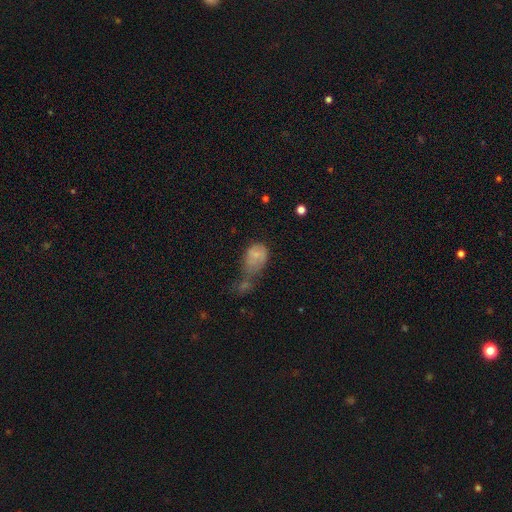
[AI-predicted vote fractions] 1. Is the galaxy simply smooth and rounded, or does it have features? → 67% smooth, 24% featured or disk, 10% star or artifact.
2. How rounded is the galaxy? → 77% in between, 21% round, 2% cigar-shaped.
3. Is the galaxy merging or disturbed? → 38% merger, 25% major disturbance, 19% minor disturbance, 18% none.